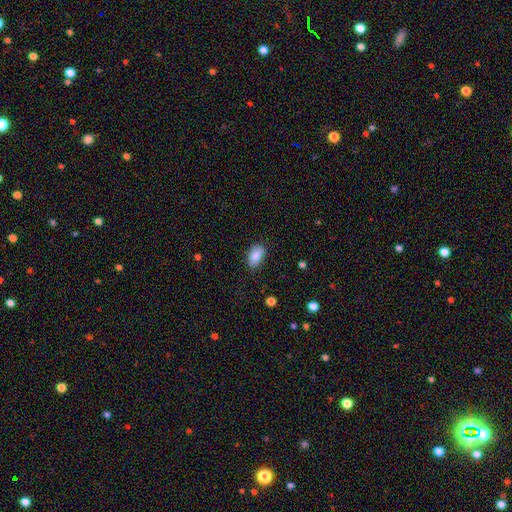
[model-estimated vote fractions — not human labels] Overall: smooth (86%). How rounded: in between (92%). Merging: none (79%).